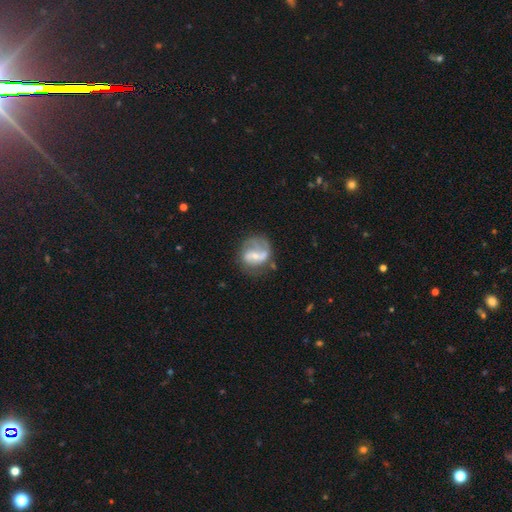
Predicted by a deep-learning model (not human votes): A featured or disk galaxy (68%) with a weak bar (43%), 2 (56%) medium (42%) spiral arms (78%) and a small central bulge (55%). Merging: none (47%).